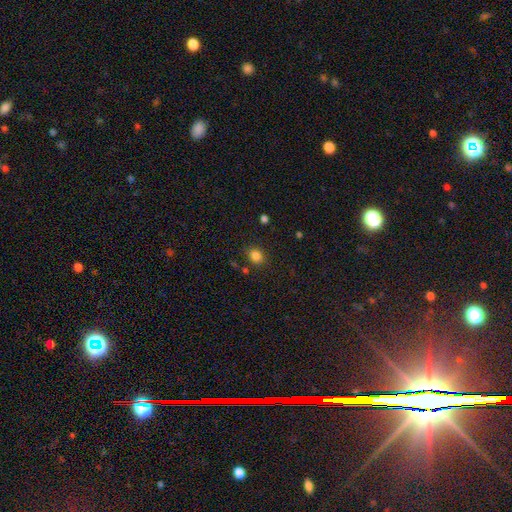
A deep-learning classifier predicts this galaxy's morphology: smooth 83%, star or artifact 12%, featured or disk 4%. Down the decision tree: how rounded — round (61%); merging — none (82%).